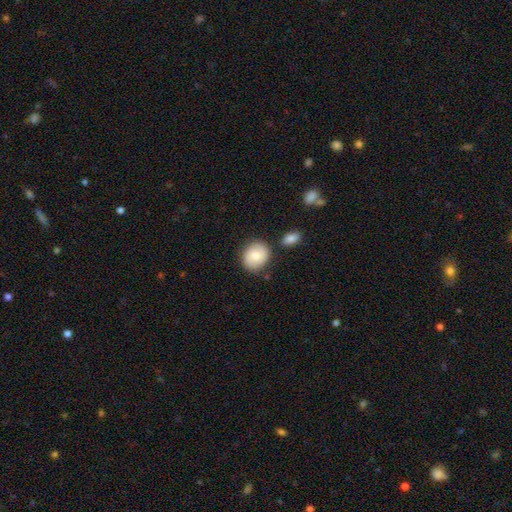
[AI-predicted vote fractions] This appears to be a smooth galaxy with no disk features (73%) that is round (62%). Merging: none (78%).